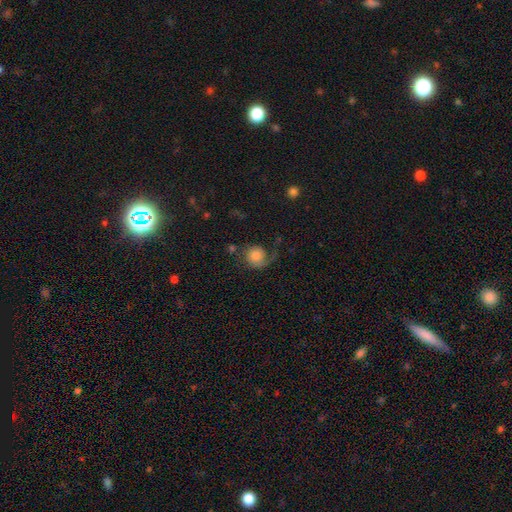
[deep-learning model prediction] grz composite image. It shows a featured or disk galaxy (51%). Merging: none (46%).